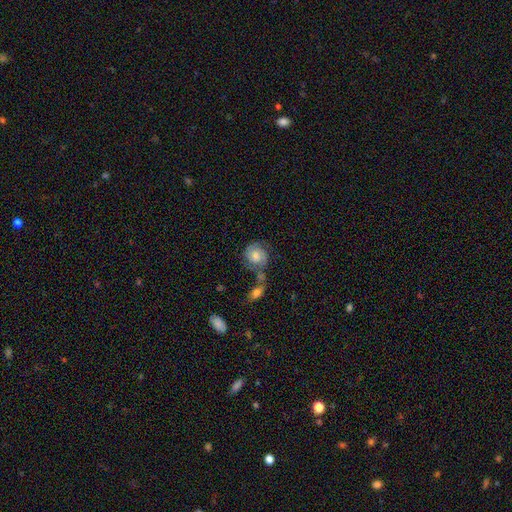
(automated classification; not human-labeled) smooth-or-featured: featured or disk: 54% | smooth: 38% | star or artifact: 9%
  disk-edge-on: no: 97% | yes: 3%
    bar: no: 78% | weak: 19% | strong: 3%
    has-spiral-arms: yes: 84% | no: 16%
    bulge-size: moderate: 62% | small: 26% | large: 8% | none: 3% | dominant: 2%
  merging: none: 47% | merger: 25% | minor disturbance: 17% | major disturbance: 11%